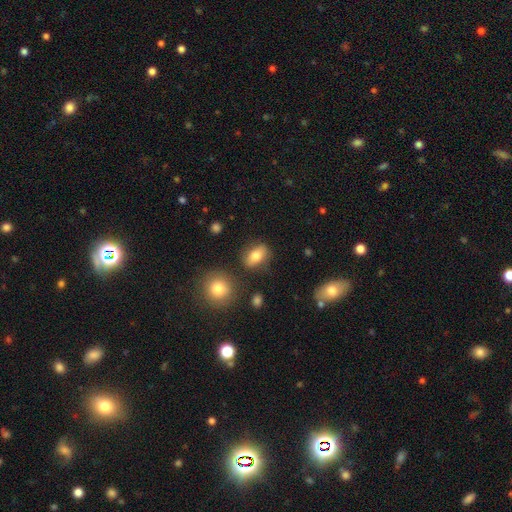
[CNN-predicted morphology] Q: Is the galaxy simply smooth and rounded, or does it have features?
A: smooth — 76%.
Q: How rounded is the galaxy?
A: in between — 80%.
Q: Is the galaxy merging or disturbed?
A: none — 78%.